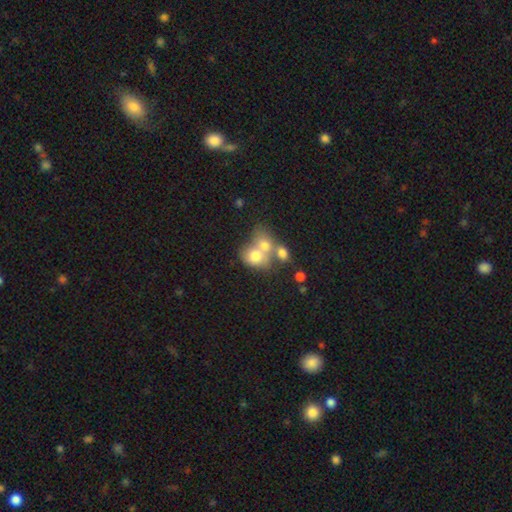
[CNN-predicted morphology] Smooth or featured? smooth (69%)
How rounded? round (54%)
Merging? merger (65%)